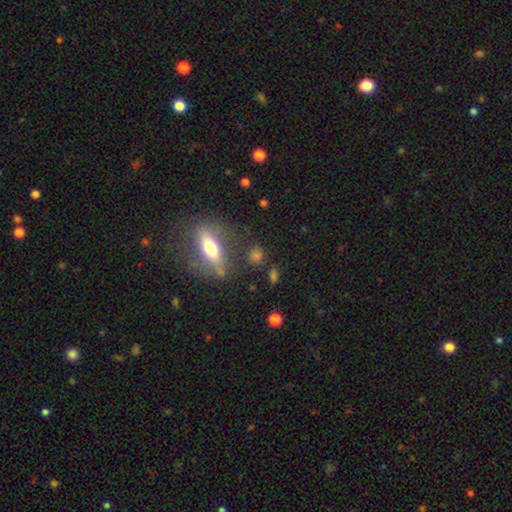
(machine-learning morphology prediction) Smooth or featured? smooth (47%)
Merging? none (74%)